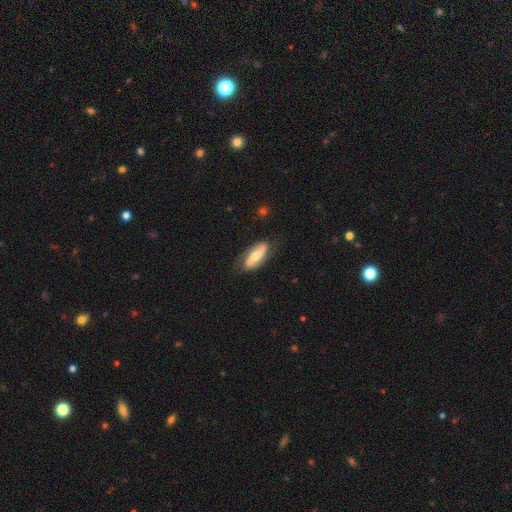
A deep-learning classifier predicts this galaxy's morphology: Q: Smooth or featured?
A: featured or disk (61%); runner-up: smooth (34%)
Q: Edge-on disk?
A: no (81%); runner-up: yes (19%)
Q: Merging?
A: none (77%); runner-up: minor disturbance (17%)